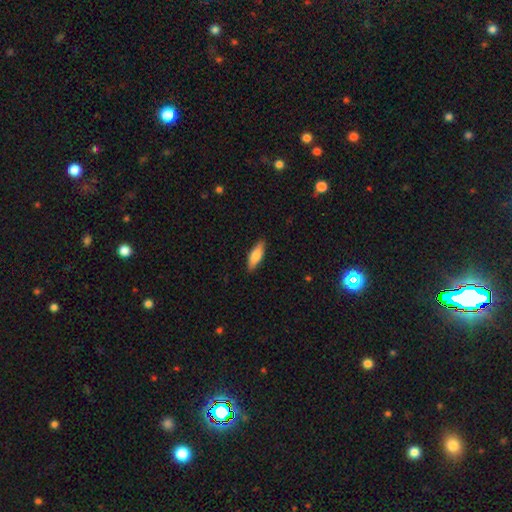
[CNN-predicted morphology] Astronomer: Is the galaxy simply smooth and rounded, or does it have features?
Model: smooth — 76%.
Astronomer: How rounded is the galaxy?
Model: in between — 59% (runner-up: cigar-shaped, 39%).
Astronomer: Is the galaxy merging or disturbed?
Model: none — 87%.